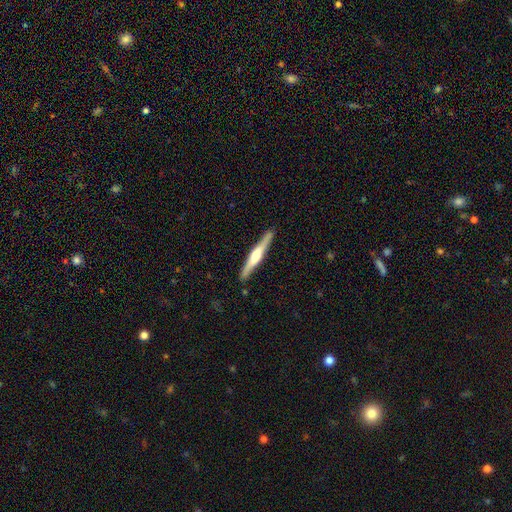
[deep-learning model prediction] smooth-or-featured: featured or disk: 68% | smooth: 27% | star or artifact: 5%
  disk-edge-on: yes: 98% | no: 2%
    edge-on-bulge: rounded: 83% | boxy: 11% | none: 6%
  merging: none: 89% | minor disturbance: 8% | major disturbance: 1% | merger: 1%